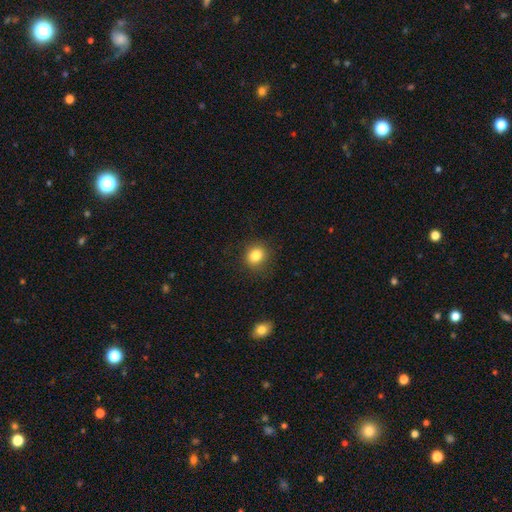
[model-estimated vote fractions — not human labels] A smooth galaxy with no disk features (83%) that is round (73%).

Vote fractions:
- Smooth or featured? smooth: 83% / star or artifact: 11% / featured or disk: 6%
- How rounded? round: 73% / in between: 26% / cigar-shaped: 1%
- Merging? none: 87% / minor disturbance: 9% / major disturbance: 3% / merger: 1%